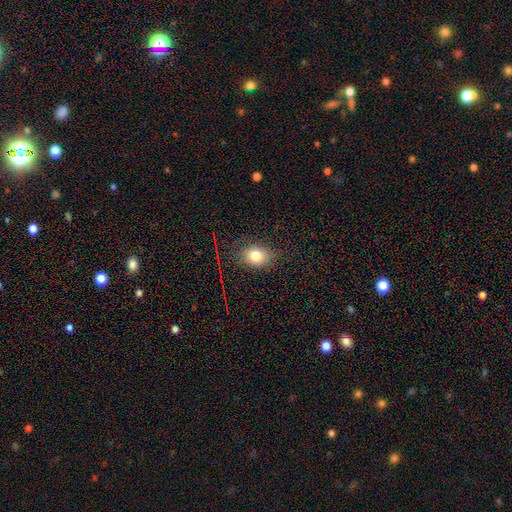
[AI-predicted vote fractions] Smooth or featured?
  - smooth: 77% *
  - star or artifact: 14%
  - featured or disk: 10%
How rounded?
  - in between: 59% *
  - round: 40%
  - cigar-shaped: 1%
Merging?
  - none: 82% *
  - minor disturbance: 12%
  - major disturbance: 4%
  - merger: 1%